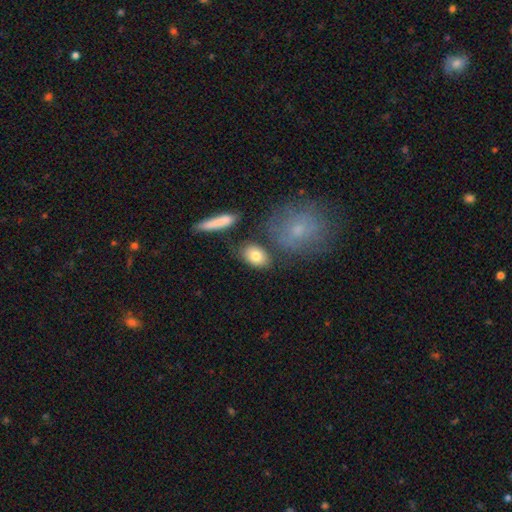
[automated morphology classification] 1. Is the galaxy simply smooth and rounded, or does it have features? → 81% smooth, 12% featured or disk, 7% star or artifact.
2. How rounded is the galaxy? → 83% in between, 14% round, 3% cigar-shaped.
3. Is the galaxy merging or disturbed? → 77% none, 12% minor disturbance, 7% merger, 4% major disturbance.